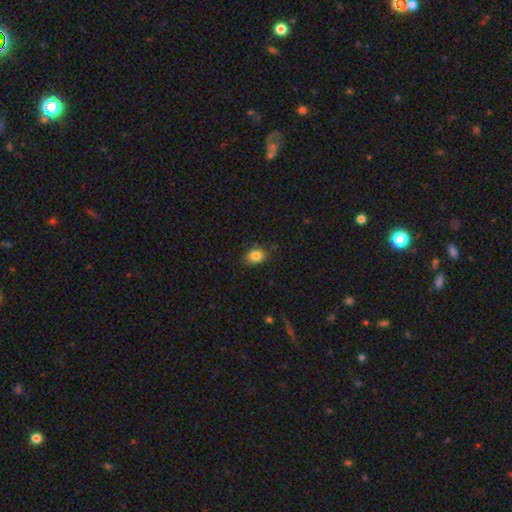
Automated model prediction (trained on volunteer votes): smooth 85%, star or artifact 9%, featured or disk 6%. Down the decision tree: how rounded — in between (66%); merging — none (81%).